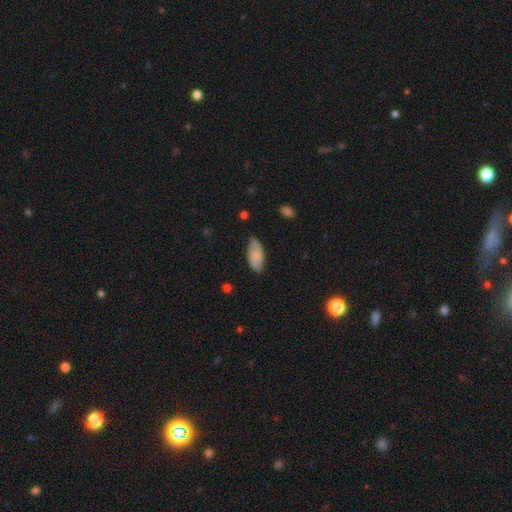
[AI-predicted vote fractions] Morphology: type=smooth (80%); roundness=in between (91%); merging=none (76%).